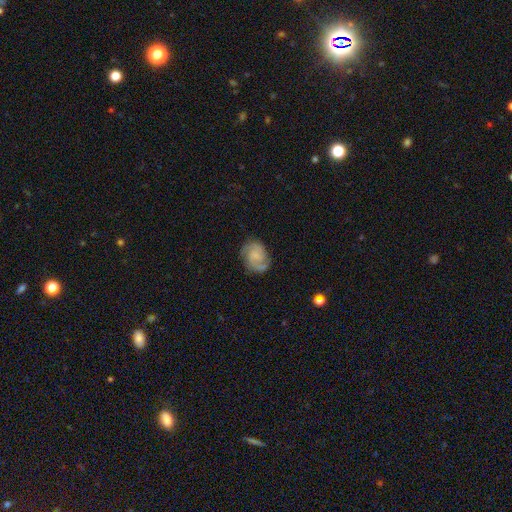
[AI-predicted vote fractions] featured or disk 72%, smooth 21%, star or artifact 7%. Down the decision tree: edge-on disk — no (98%); bar — no (60%); spiral arms — yes (95%); spiral arm count — 2 (72%); spiral winding — medium (46%); bulge size — small (43%); merging — none (73%).